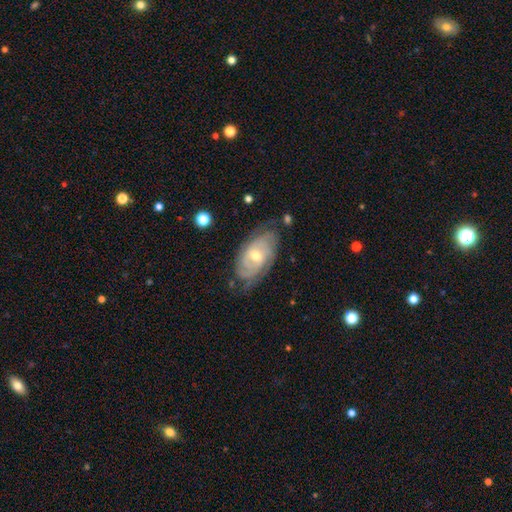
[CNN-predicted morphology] The model was most divided on "spiral arm count": can't tell: 36%, 2: 30%, 3: 18%, 4: 8%, 1: 4%, more than 4: 4%. More confident: edge-on disk — no (95%); spiral arms — yes (94%); smooth or featured — featured or disk (83%); spiral winding — tight (72%); merging — none (71%); bar — no (64%); bulge size — moderate (59%).